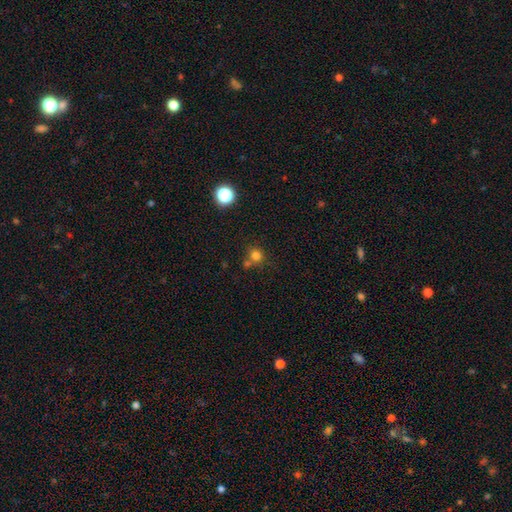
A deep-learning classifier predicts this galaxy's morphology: type=smooth (77%); roundness=round (88%); merging=none (59%).